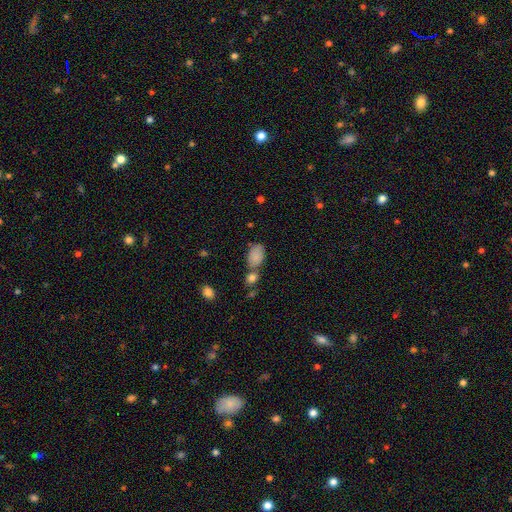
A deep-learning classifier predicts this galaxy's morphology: type=smooth (84%); roundness=in between (90%); merging=none (49%).